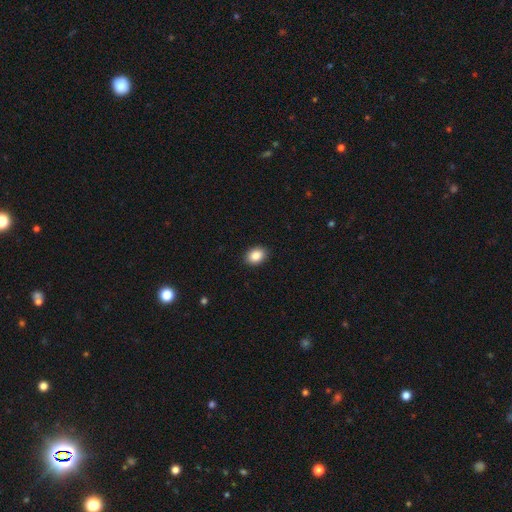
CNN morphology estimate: A smooth galaxy with no disk features (88%) that is in between round and cigar-shaped (72%). Merging: none (91%).